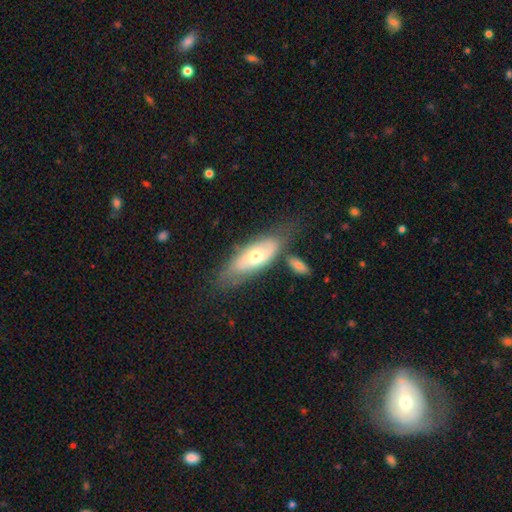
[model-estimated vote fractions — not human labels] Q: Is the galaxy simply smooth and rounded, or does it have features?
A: smooth — 53%.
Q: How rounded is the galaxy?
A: in between — 74%.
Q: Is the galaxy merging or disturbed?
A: none — 57%.